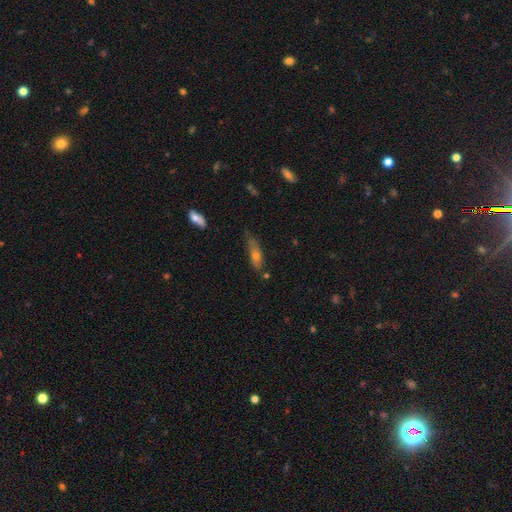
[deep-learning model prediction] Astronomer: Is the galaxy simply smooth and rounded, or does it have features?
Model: smooth — 60%.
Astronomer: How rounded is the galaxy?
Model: in between — 50% (runner-up: cigar-shaped, 47%).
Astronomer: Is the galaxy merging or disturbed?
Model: none — 51% (runner-up: minor disturbance, 33%).